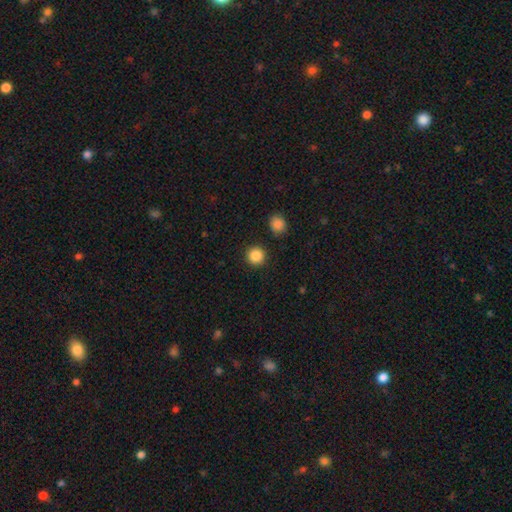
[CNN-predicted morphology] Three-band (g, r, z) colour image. It shows a smooth galaxy with no disk features (87%) that is round (94%). Merging: none (91%).